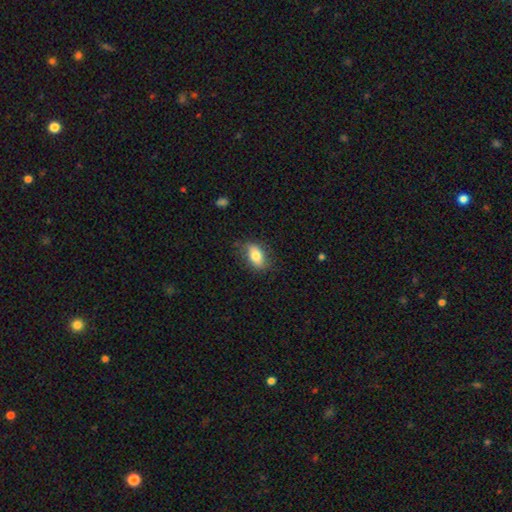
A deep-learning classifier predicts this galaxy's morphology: Smooth or featured? smooth (77%)
How rounded? in between (87%)
Merging? none (77%)